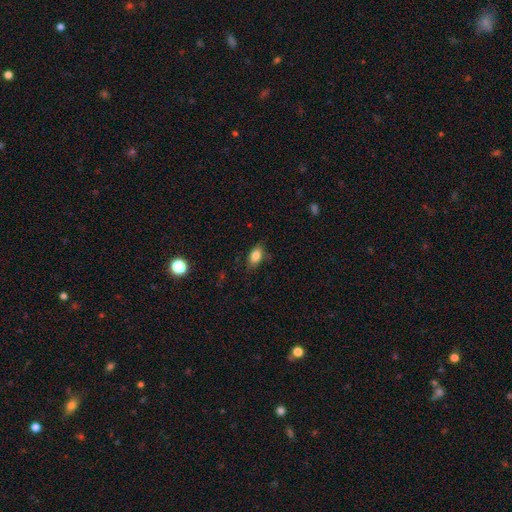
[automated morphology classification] A smooth galaxy with no disk features (83%) that is in between round and cigar-shaped (87%).

Vote fractions:
- Smooth or featured? smooth: 83% / star or artifact: 9% / featured or disk: 8%
- How rounded? in between: 87% / round: 9% / cigar-shaped: 4%
- Merging? none: 76% / minor disturbance: 18% / major disturbance: 4% / merger: 1%